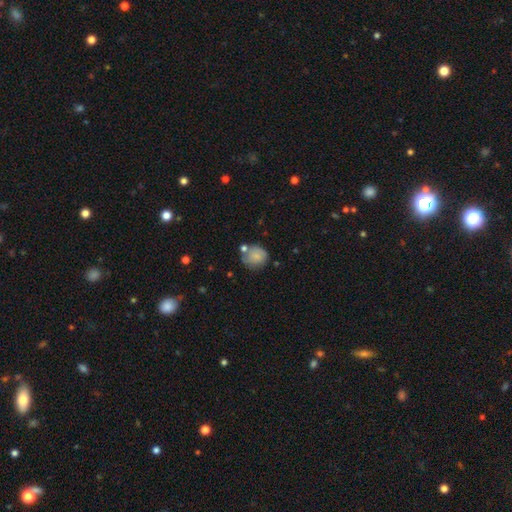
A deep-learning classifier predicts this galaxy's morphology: smooth 75%, featured or disk 16%, star or artifact 9%. Down the decision tree: how rounded — round (79%); merging — none (57%).